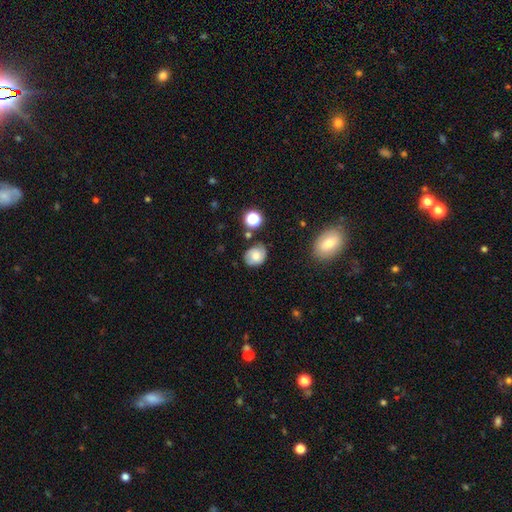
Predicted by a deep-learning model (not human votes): Smooth or featured?
  - smooth: 58% *
  - featured or disk: 31%
  - star or artifact: 11%
How rounded?
  - round: 56% *
  - in between: 43%
  - cigar-shaped: 1%
Merging?
  - none: 68% *
  - minor disturbance: 22%
  - major disturbance: 6%
  - merger: 4%